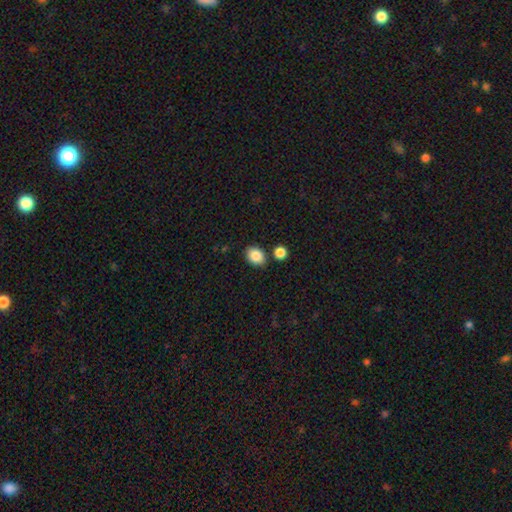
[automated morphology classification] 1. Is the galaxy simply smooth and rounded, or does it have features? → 87% smooth, 9% star or artifact, 5% featured or disk.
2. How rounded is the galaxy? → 62% in between, 37% round, 1% cigar-shaped.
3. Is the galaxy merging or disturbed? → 80% none, 10% minor disturbance, 7% merger, 3% major disturbance.